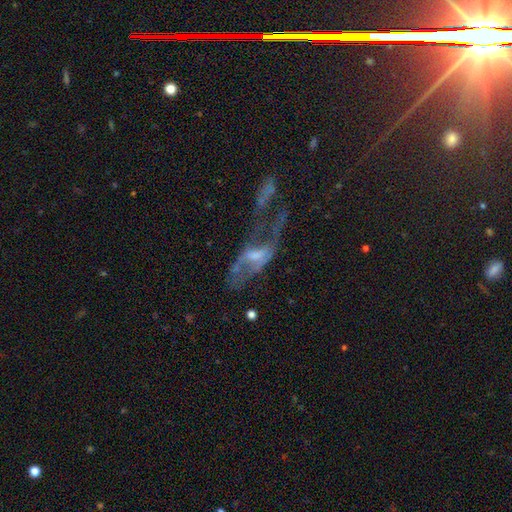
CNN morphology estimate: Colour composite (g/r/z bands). It shows a featured or disk galaxy (66%) with no bar (45%), no spiral arms (51%) and a moderate central bulge (39%). Merging: major disturbance (48%).